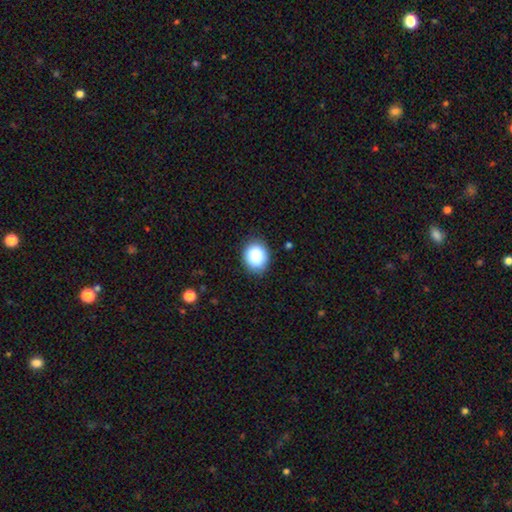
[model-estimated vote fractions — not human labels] Smooth or featured? Predicted: smooth (p=0.87). How rounded? Predicted: round (p=0.67). Merging? Predicted: none (p=0.86).